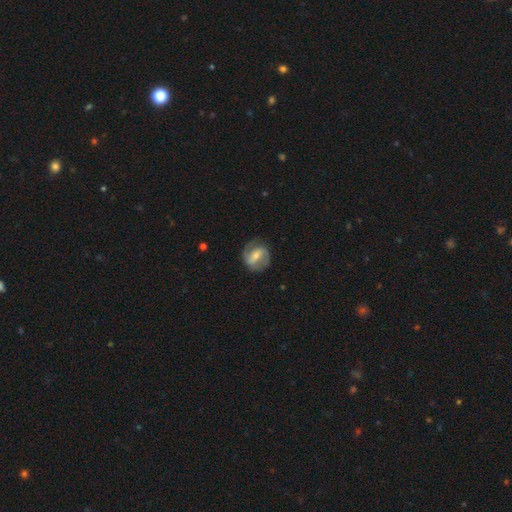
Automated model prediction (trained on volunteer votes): Smooth or featured? Predicted: featured or disk (p=0.76). Edge-on disk? Predicted: no (p=0.96). Bar? Predicted: strong (p=0.53). Spiral arms? Predicted: yes (p=0.87). Spiral winding? Predicted: medium (p=0.46). Spiral arm count? Predicted: 2 (p=0.86). Bulge size? Predicted: small (p=0.50). Merging? Predicted: none (p=0.79).